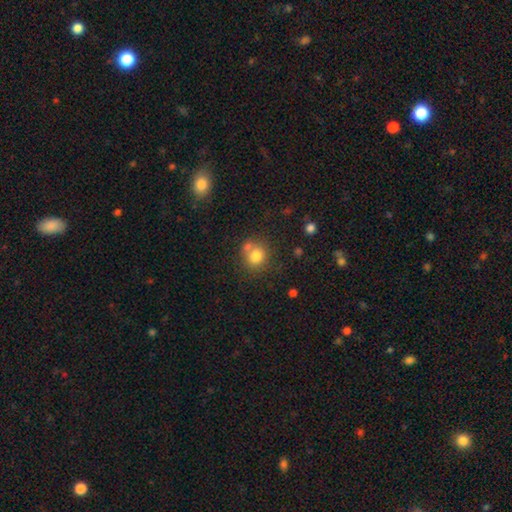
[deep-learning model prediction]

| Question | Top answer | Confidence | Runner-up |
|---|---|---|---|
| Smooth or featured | smooth | 78% | star or artifact (12%) |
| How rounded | round | 83% | in between (16%) |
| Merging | none | 57% | merger (27%) |